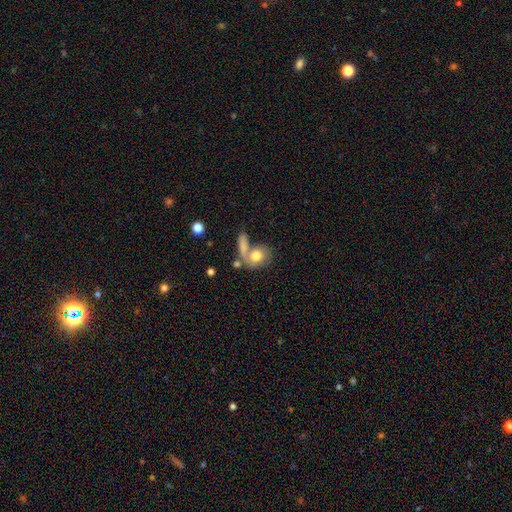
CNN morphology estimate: This is likely a smooth galaxy (71%). How rounded: possibly round (51%). Merging: marginally merger (40%).